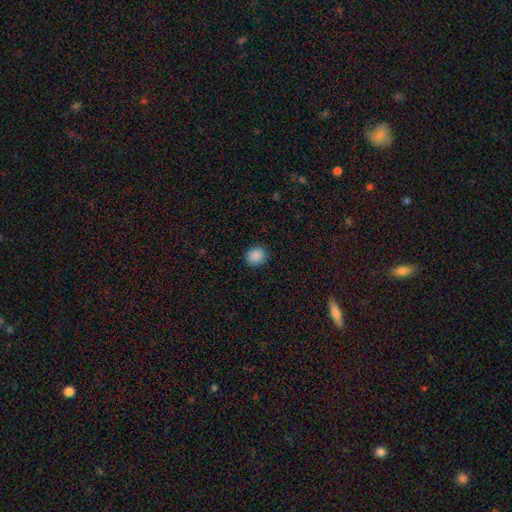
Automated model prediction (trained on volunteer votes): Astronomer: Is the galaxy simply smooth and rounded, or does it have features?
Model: smooth — 89%.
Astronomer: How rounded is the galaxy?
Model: round — 77%.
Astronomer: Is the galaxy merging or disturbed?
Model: none — 90%.